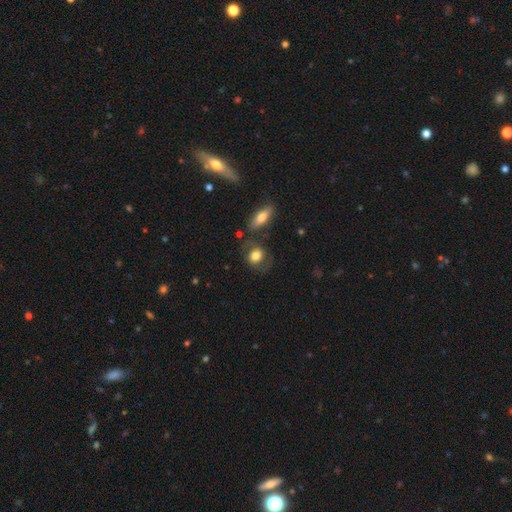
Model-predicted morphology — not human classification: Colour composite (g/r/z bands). It shows a smooth galaxy with no disk features (73%) that is in between round and cigar-shaped (49%). Merging: none (64%).